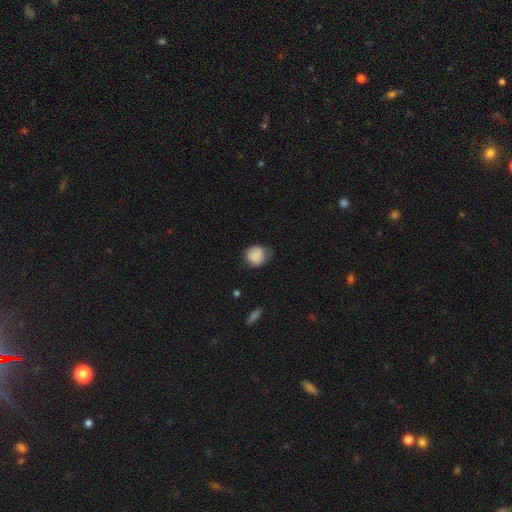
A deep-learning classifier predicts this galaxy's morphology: Q: Smooth or featured?
A: smooth (84%); runner-up: star or artifact (8%)
Q: How rounded?
A: round (78%); runner-up: in between (21%)
Q: Merging?
A: none (62%); runner-up: minor disturbance (29%)